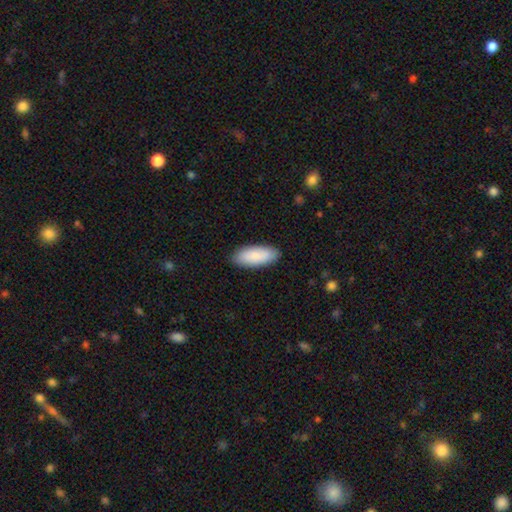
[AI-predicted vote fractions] Morphology: type=smooth (87%); roundness=in between (83%); merging=none (88%).